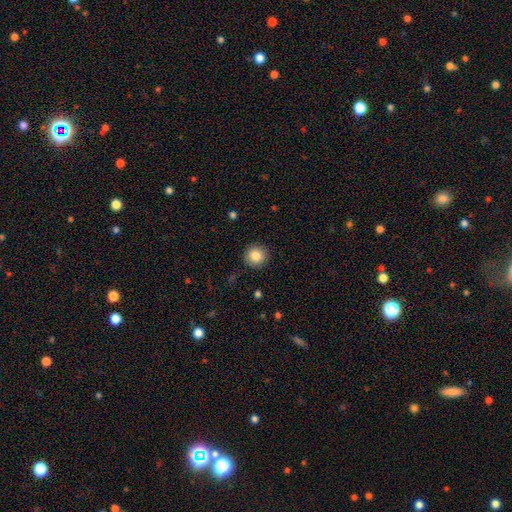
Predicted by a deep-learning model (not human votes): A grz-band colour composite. It shows a smooth galaxy with no disk features (84%) that is round (93%). Merging: none (91%).